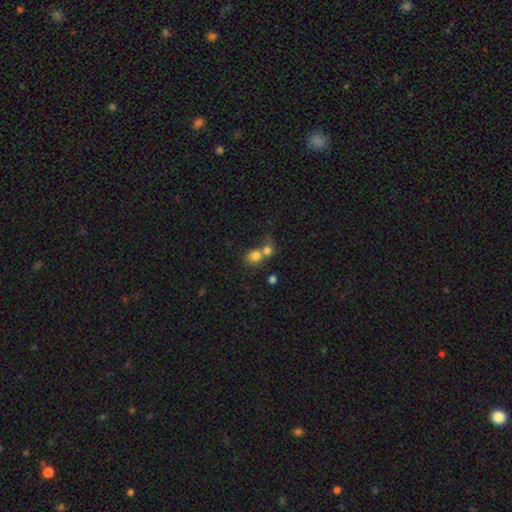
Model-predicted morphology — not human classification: Smooth or featured: smooth — 76% (star or artifact — 12%)
How rounded: round — 72% (in between — 27%)
Merging: merger — 59% (none — 31%)